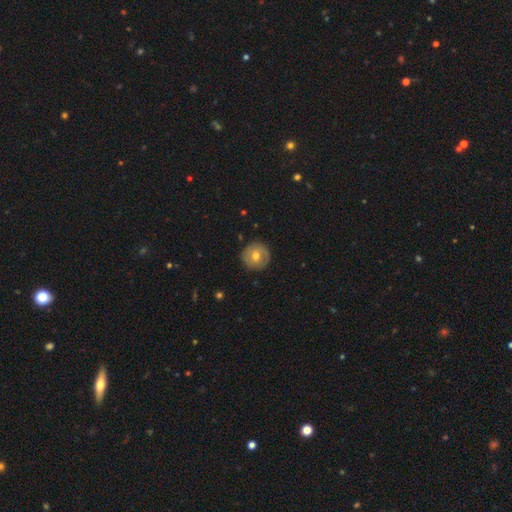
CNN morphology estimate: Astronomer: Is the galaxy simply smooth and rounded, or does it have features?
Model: smooth — 58% (runner-up: featured or disk, 34%).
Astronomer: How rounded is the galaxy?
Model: round — 94%.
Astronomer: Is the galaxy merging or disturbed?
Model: none — 87%.